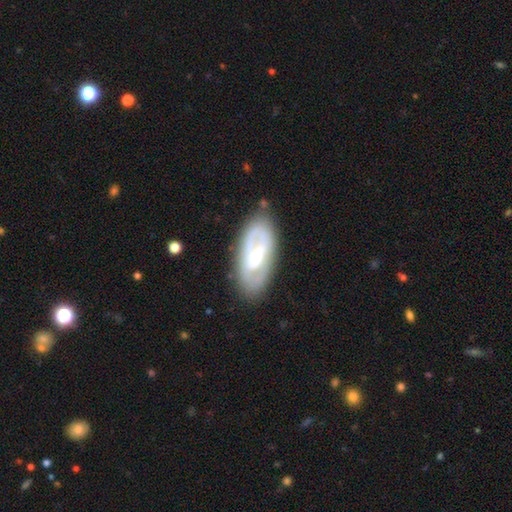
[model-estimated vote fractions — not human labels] smooth-or-featured: featured or disk: 69% | smooth: 26% | star or artifact: 6%
  disk-edge-on: no: 90% | yes: 10%
    bar: strong: 41% | weak: 40% | no: 20%
    has-spiral-arms: yes: 57% | no: 43%
    bulge-size: moderate: 54% | small: 26% | large: 14% | none: 4% | dominant: 2%
  merging: none: 76% | minor disturbance: 16% | major disturbance: 6% | merger: 2%